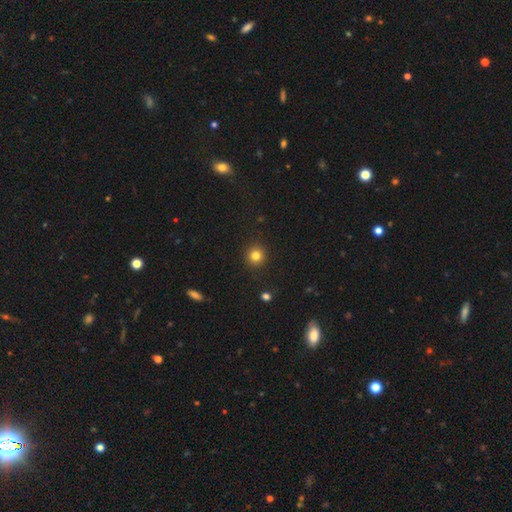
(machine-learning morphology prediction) Smooth or featured? smooth (82%)
How rounded? round (93%)
Merging? none (92%)